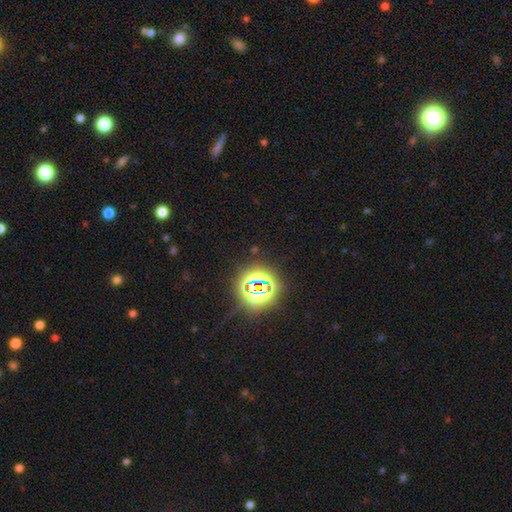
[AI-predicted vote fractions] The model was most divided on "smooth or featured": star or artifact: 76%, smooth: 14%, featured or disk: 10%.